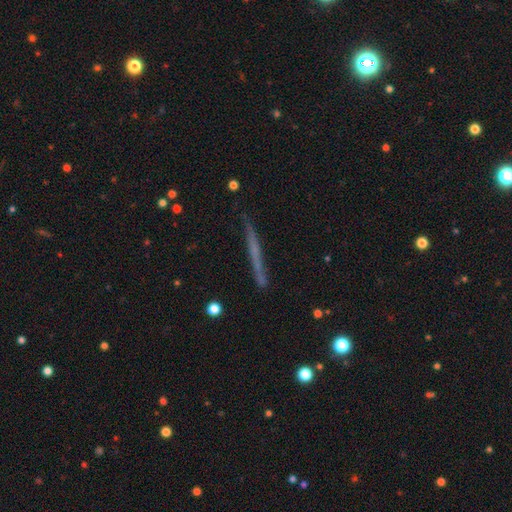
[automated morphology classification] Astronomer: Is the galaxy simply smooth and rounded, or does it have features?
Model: featured or disk — 49% (runner-up: smooth, 42%).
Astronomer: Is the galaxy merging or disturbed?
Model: none — 85%.